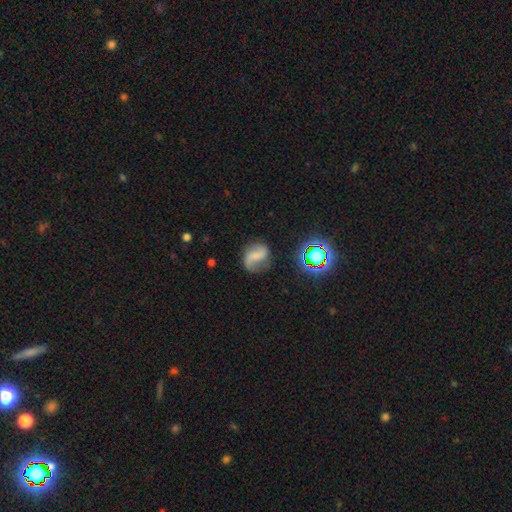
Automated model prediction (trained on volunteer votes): smooth-or-featured: featured or disk: 56% | smooth: 31% | star or artifact: 13%
  disk-edge-on: no: 97% | yes: 3%
    bar: weak: 38% | strong: 31% | no: 31%
    has-spiral-arms: yes: 88% | no: 12%
    bulge-size: none: 55% | small: 26% | moderate: 13% | large: 4% | dominant: 2%
  merging: none: 61% | minor disturbance: 23% | major disturbance: 13% | merger: 3%